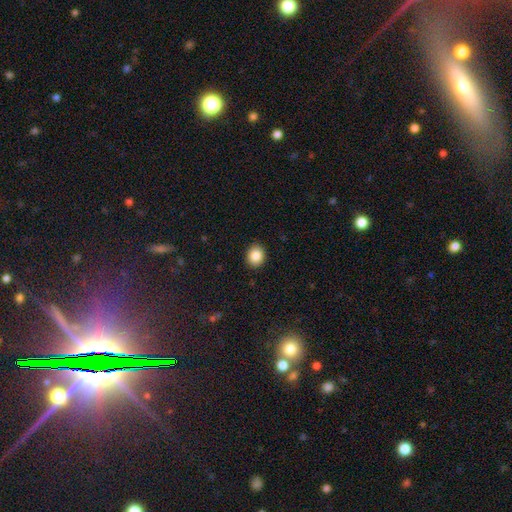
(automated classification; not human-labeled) smooth-or-featured: smooth: 87% | star or artifact: 9% | featured or disk: 4%
  how-rounded: round: 68% | in between: 32% | cigar-shaped: 1%
  merging: none: 90% | minor disturbance: 7% | major disturbance: 2% | merger: 1%